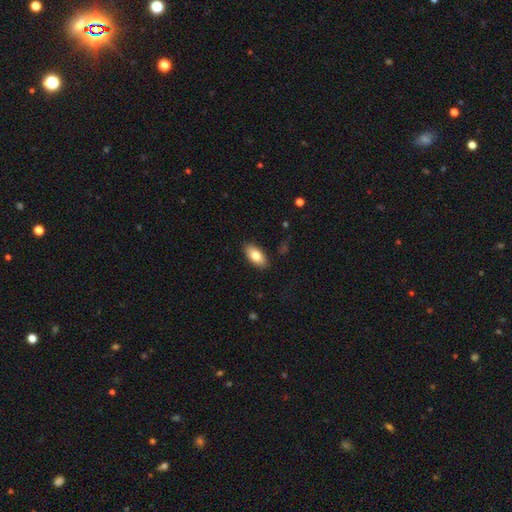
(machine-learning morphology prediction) smooth-or-featured: smooth: 79% | featured or disk: 14% | star or artifact: 6%
  how-rounded: in between: 91% | cigar-shaped: 6% | round: 3%
  merging: none: 89% | minor disturbance: 8% | major disturbance: 2% | merger: 1%